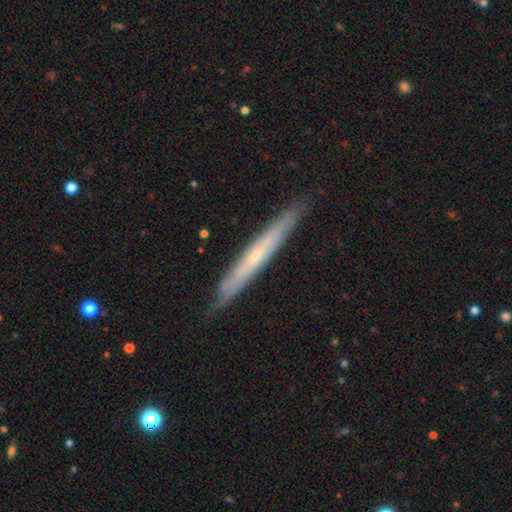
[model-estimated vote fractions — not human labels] Smooth or featured? Predicted: featured or disk (p=0.66). Edge-on disk? Predicted: yes (p=0.87). Edge-on bulge? Predicted: none (p=0.52). Merging? Predicted: none (p=0.86).